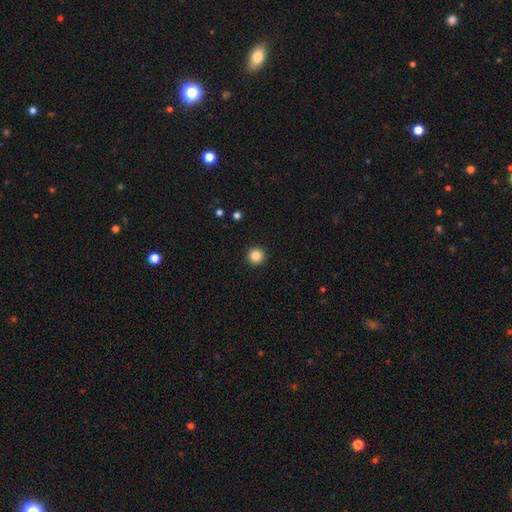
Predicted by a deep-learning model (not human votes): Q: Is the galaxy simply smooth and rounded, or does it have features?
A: smooth — 86%.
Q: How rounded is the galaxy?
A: round — 96%.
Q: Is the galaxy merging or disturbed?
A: none — 94%.